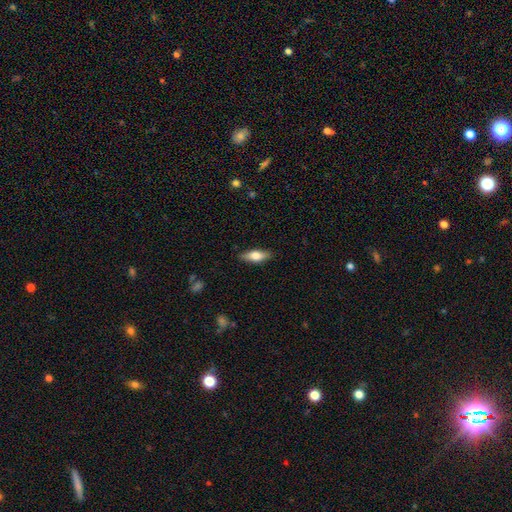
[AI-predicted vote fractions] Smooth or featured? Predicted: smooth (p=0.65). How rounded? Predicted: in between (p=0.61). Merging? Predicted: none (p=0.88).